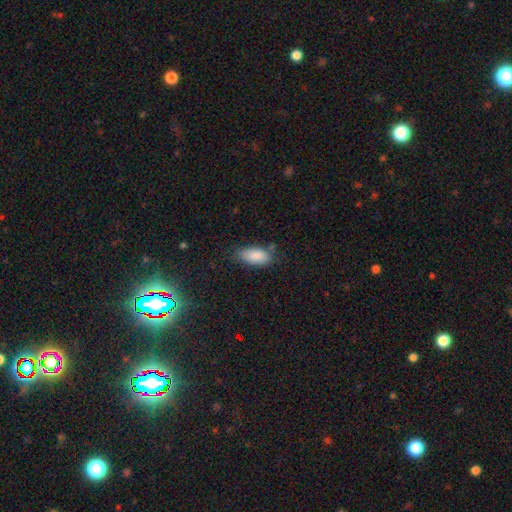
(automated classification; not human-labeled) Smooth or featured? smooth (87%)
How rounded? in between (90%)
Merging? none (70%)